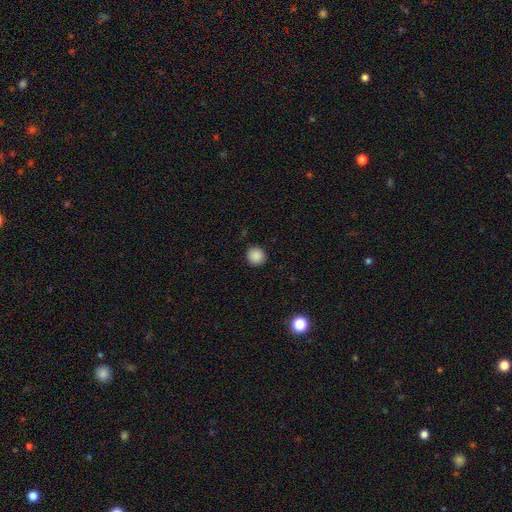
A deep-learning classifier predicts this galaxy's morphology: smooth-or-featured: smooth: 88% | star or artifact: 9% | featured or disk: 3%
  how-rounded: round: 93% | in between: 6% | cigar-shaped: 1%
  merging: none: 92% | minor disturbance: 6% | major disturbance: 2% | merger: 1%